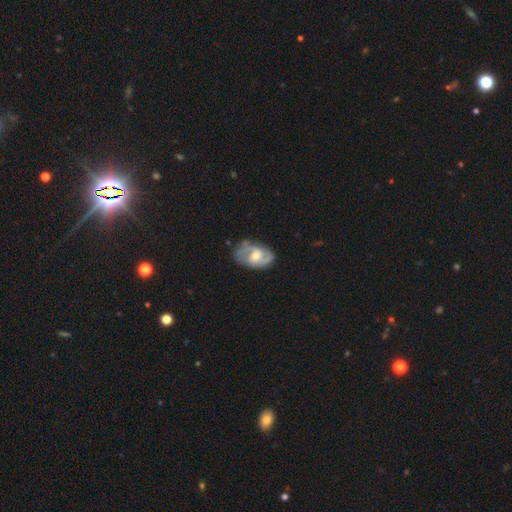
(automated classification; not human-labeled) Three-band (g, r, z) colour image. It shows a featured or disk galaxy (77%) with no bar (45%, tied with weak), 2 (78%) medium (50%) spiral arms (91%) and a moderate central bulge (61%). Merging: none (68%).